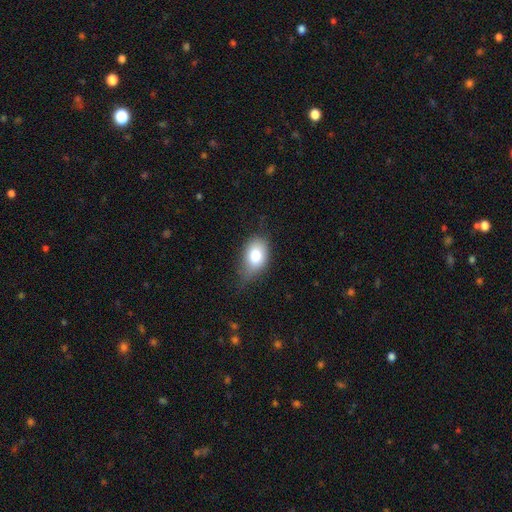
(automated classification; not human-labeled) Overall: smooth (78%). How rounded: in between (79%). Merging: none (50%; minor disturbance 38%).